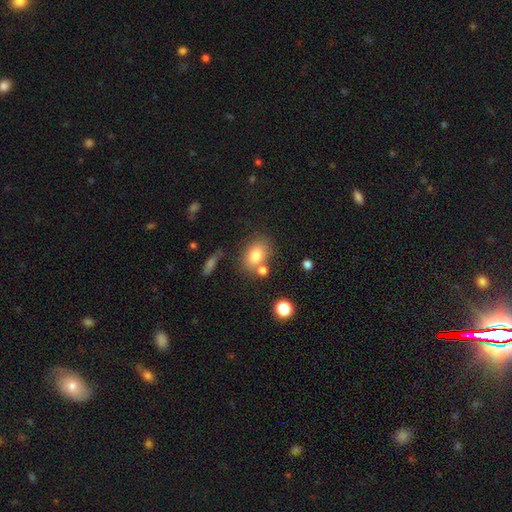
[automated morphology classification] A smooth galaxy with no disk features (78%) that is in between round and cigar-shaped (66%). Merging: none (62%).